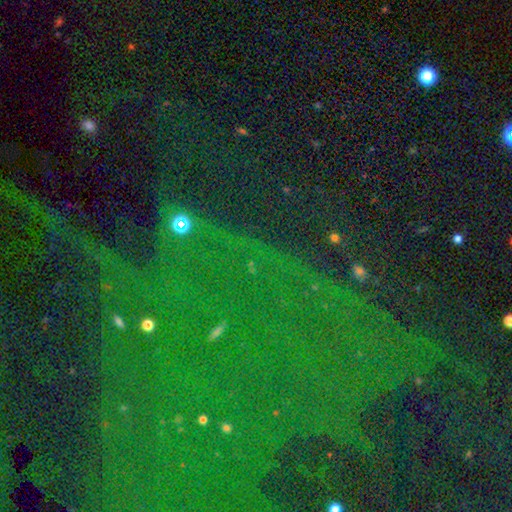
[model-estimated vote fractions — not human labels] A star or artifact, not a galaxy (81%).